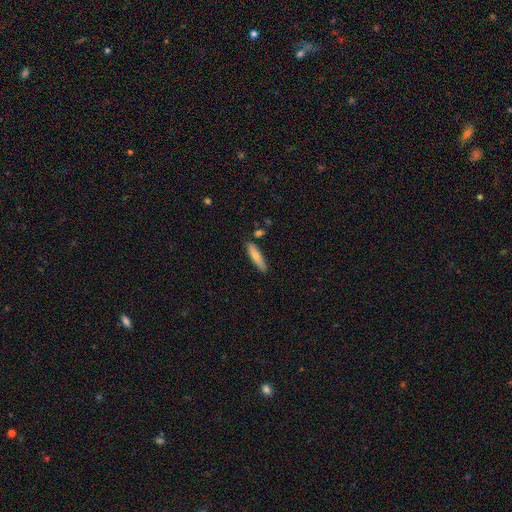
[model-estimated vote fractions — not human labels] A smooth galaxy with no disk features (72%) that is cigar-shaped (76%). Merging: none (83%).